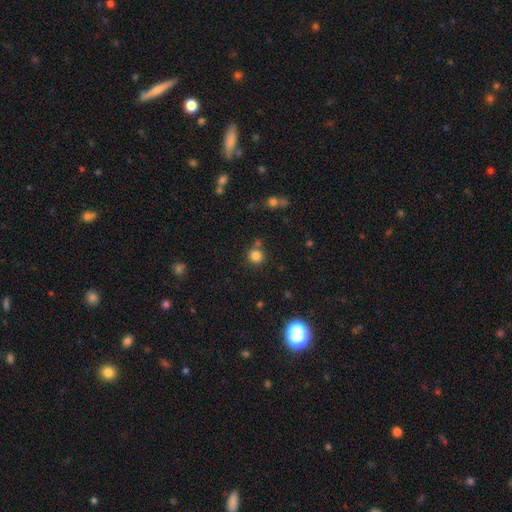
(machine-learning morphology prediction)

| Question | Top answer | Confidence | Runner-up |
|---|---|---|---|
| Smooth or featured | smooth | 82% | star or artifact (13%) |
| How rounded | round | 90% | in between (9%) |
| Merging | none | 75% | merger (12%) |